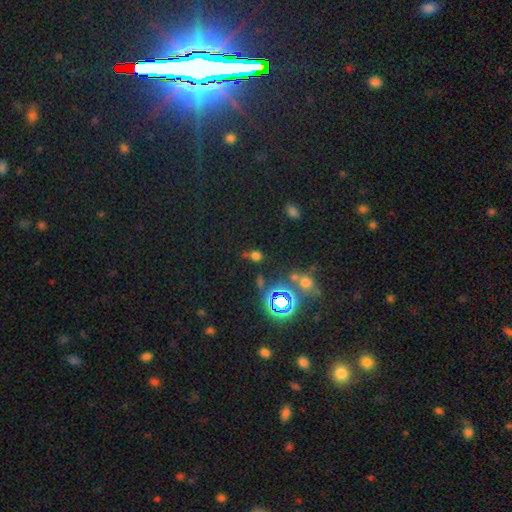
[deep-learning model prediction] This appears to be a smooth galaxy with no disk features (48%). Merging: none (65%).